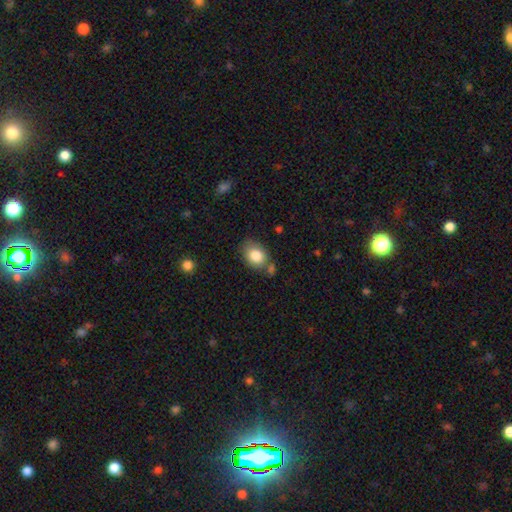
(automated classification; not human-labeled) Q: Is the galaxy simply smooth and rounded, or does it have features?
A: smooth — 83%.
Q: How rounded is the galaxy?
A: in between — 67%.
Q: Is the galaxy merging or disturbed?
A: none — 65%.